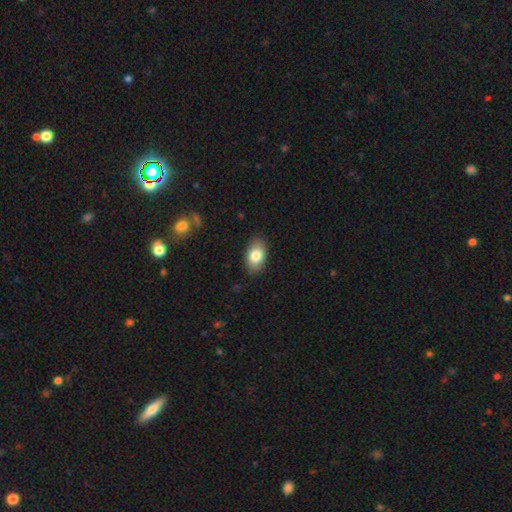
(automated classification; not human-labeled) A smooth galaxy with no disk features (81%) that is in between round and cigar-shaped (90%). Merging: none (85%).